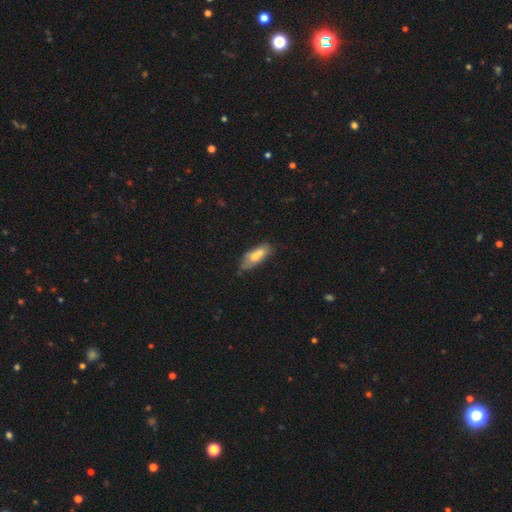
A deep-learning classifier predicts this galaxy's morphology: The model was most divided on "merging": none: 45%, merger: 26%, minor disturbance: 21%, major disturbance: 8%. More confident: how rounded — in between (71%); smooth or featured — smooth (58%).